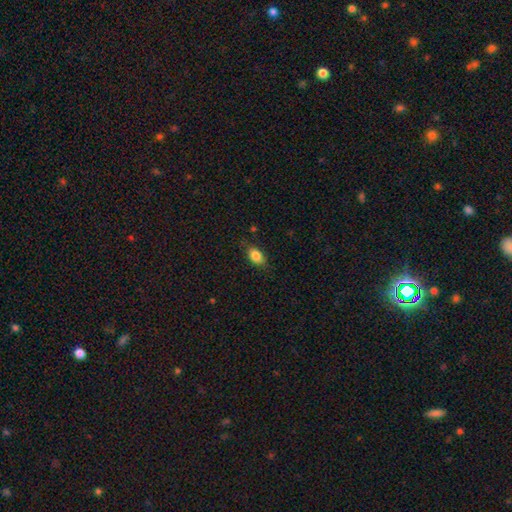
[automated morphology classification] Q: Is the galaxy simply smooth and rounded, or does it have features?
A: smooth — 85%.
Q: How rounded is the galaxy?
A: in between — 88%.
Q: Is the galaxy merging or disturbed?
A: none — 81%.